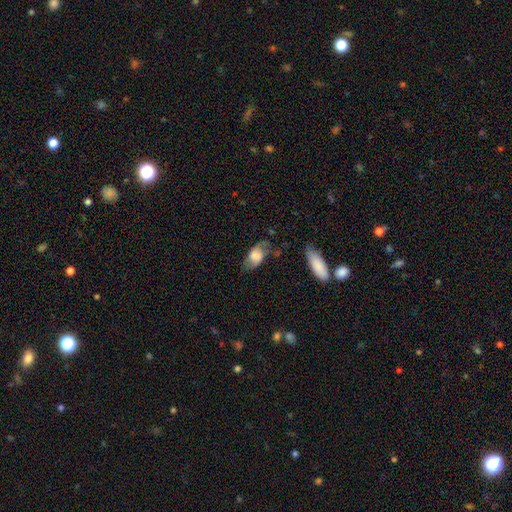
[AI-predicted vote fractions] A smooth galaxy with no disk features (57%) that is in between round and cigar-shaped (87%). Merging: none (53%).